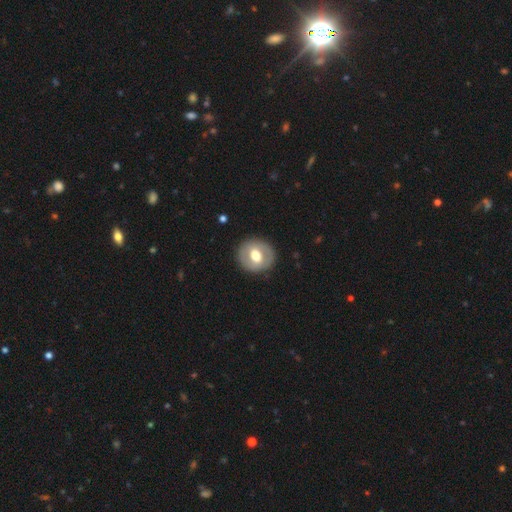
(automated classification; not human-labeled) Q: Smooth or featured?
A: smooth (50%); runner-up: featured or disk (44%)
Q: Merging?
A: none (86%); runner-up: minor disturbance (9%)